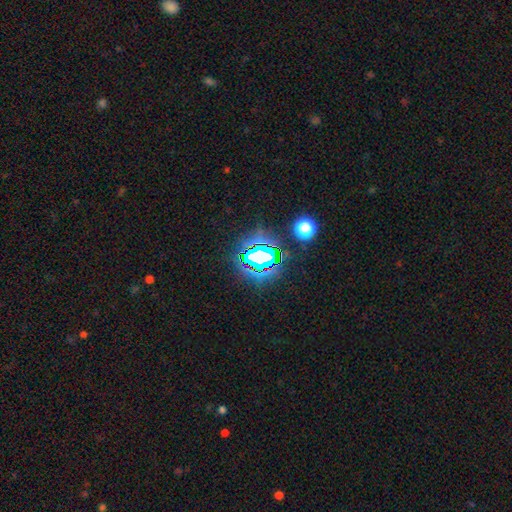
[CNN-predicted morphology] A star or artifact, not a galaxy (78%).

Vote fractions:
- Smooth or featured? star or artifact: 78% / smooth: 13% / featured or disk: 9%